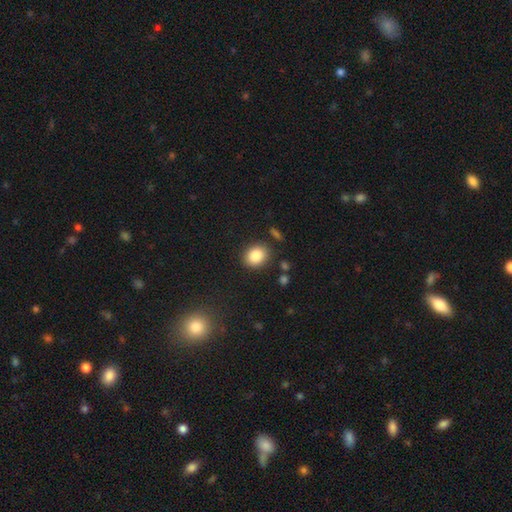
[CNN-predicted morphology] Q: Smooth or featured?
A: smooth (85%); runner-up: star or artifact (9%)
Q: How rounded?
A: round (59%); runner-up: in between (40%)
Q: Merging?
A: none (86%); runner-up: minor disturbance (9%)